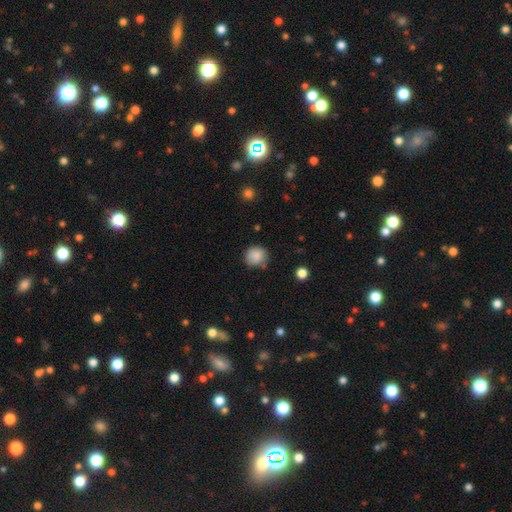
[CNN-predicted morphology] This is clearly a smooth galaxy (87%). How rounded: clearly round (87%). Merging: likely none (77%).